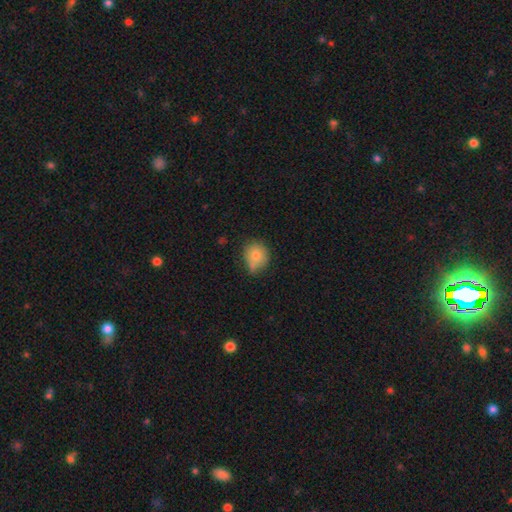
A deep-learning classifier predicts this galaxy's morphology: This appears to be a smooth galaxy with no disk features (77%) that is round (77%). Merging: none (54%).